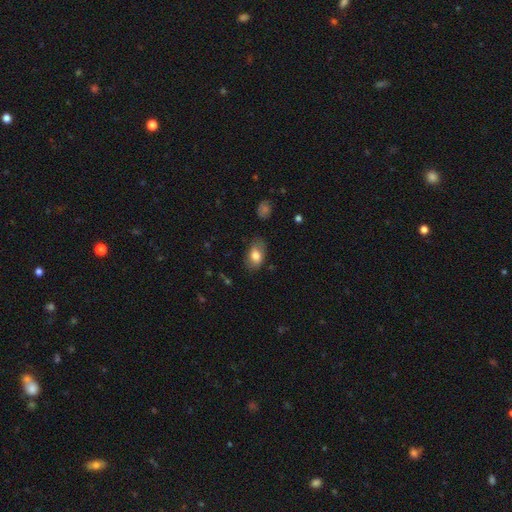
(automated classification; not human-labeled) Smooth or featured?
  - smooth: 77% *
  - featured or disk: 15%
  - star or artifact: 8%
How rounded?
  - in between: 88% *
  - round: 10%
  - cigar-shaped: 2%
Merging?
  - none: 71% *
  - minor disturbance: 21%
  - major disturbance: 5%
  - merger: 2%